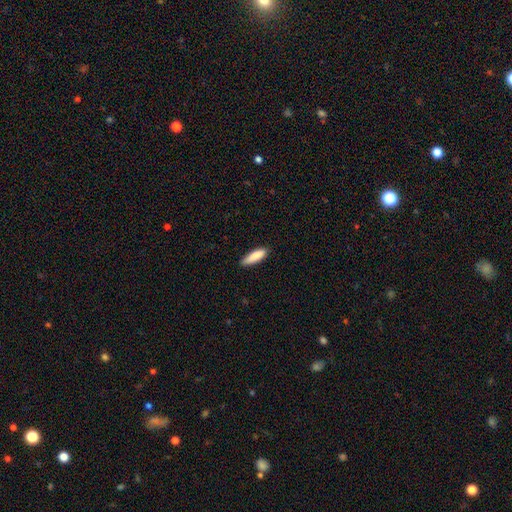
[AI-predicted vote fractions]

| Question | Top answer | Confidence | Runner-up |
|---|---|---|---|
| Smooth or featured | smooth | 87% | featured or disk (8%) |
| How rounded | cigar-shaped | 60% | in between (39%) |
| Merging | none | 83% | minor disturbance (14%) |